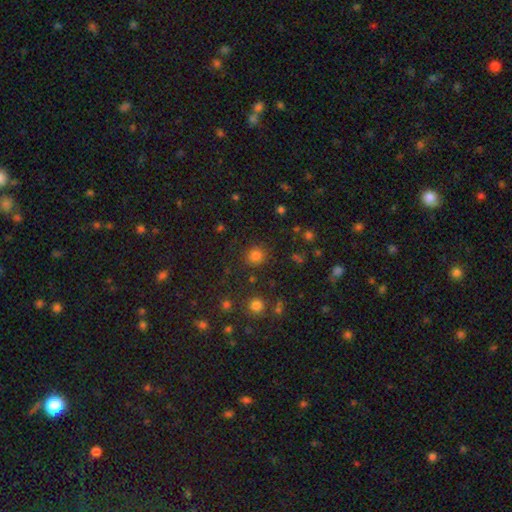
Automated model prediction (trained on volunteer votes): This is likely a smooth galaxy (79%). How rounded: clearly round (88%). Merging: clearly none (84%).